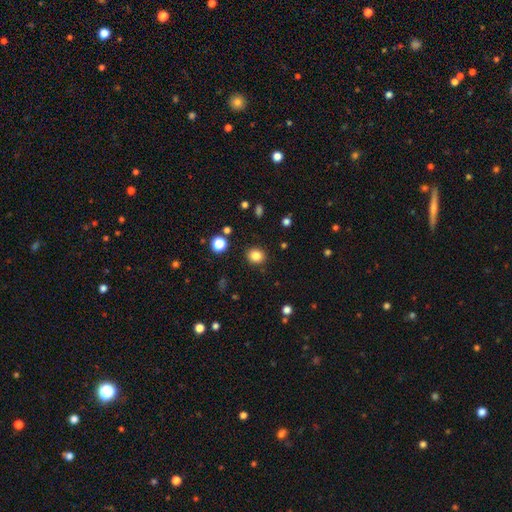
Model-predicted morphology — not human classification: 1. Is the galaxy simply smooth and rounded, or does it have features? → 84% smooth, 12% star or artifact, 4% featured or disk.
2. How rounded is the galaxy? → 82% round, 17% in between, 1% cigar-shaped.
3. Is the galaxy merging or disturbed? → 90% none, 6% minor disturbance, 2% major disturbance, 2% merger.